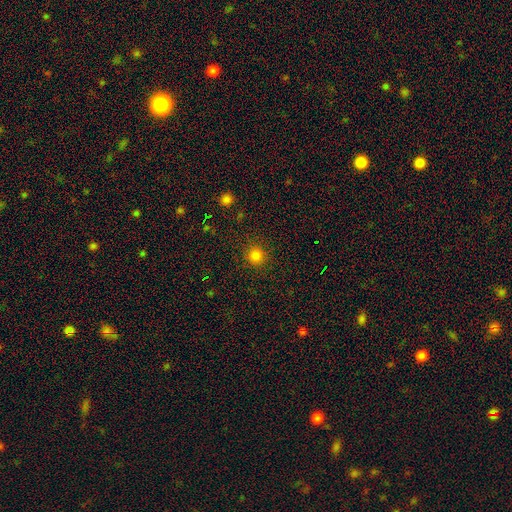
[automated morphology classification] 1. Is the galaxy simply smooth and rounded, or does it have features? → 82% smooth, 14% star or artifact, 4% featured or disk.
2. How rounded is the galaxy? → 93% round, 6% in between, 1% cigar-shaped.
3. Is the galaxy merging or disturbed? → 90% none, 6% minor disturbance, 3% major disturbance, 1% merger.